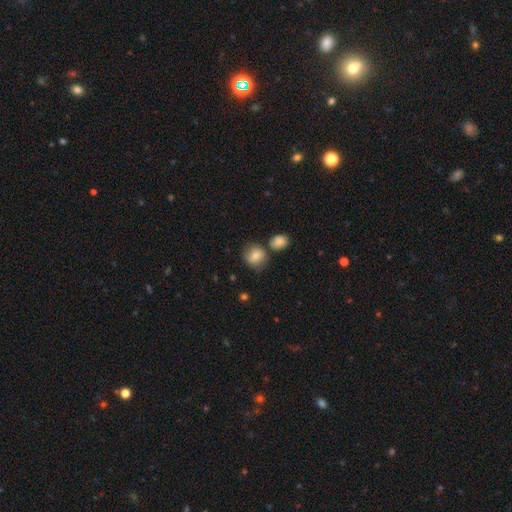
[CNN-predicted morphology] Overall: smooth (83%). How rounded: round (76%). Merging: none (67%).